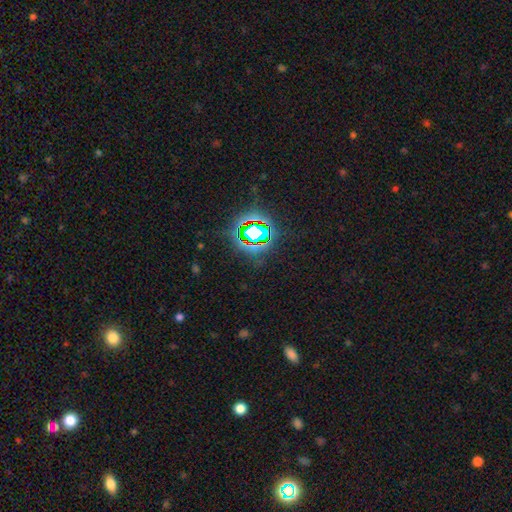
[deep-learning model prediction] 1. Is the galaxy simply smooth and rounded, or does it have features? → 81% star or artifact, 11% smooth, 7% featured or disk.